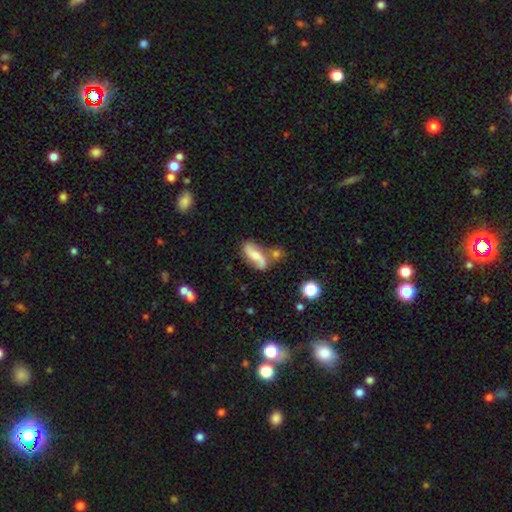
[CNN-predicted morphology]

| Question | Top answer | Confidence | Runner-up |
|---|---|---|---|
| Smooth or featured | featured or disk | 67% | smooth (25%) |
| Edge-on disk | no | 92% | yes (8%) |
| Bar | no | 53% | weak (32%) |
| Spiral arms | yes | 92% | no (8%) |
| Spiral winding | loose | 68% | medium (23%) |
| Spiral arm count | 2 | 90% | can't tell (4%) |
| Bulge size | moderate | 47% | small (37%) |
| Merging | none | 58% | merger (19%) |